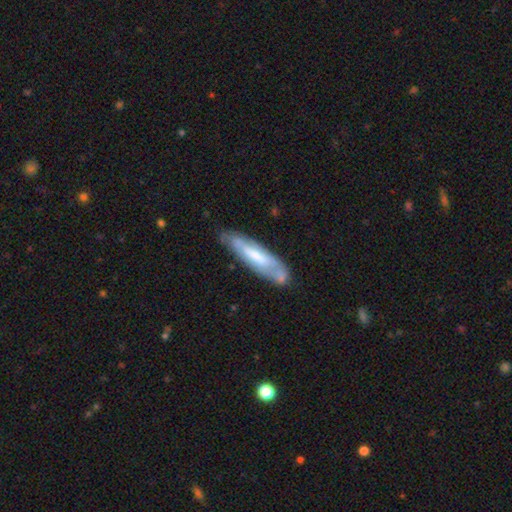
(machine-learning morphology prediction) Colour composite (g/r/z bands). It shows a featured or disk galaxy (52%). Merging: none (66%).